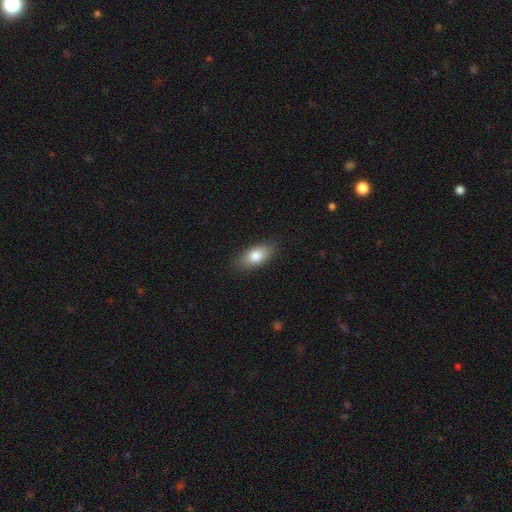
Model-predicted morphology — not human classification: A smooth galaxy with no disk features (81%) that is in between round and cigar-shaped (88%). Merging: none (86%).